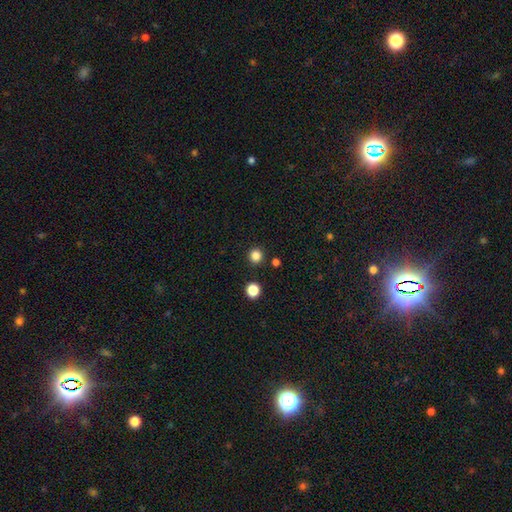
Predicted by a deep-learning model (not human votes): Smooth or featured: smooth — 83% (star or artifact — 14%)
How rounded: round — 94% (in between — 5%)
Merging: none — 90% (minor disturbance — 5%)